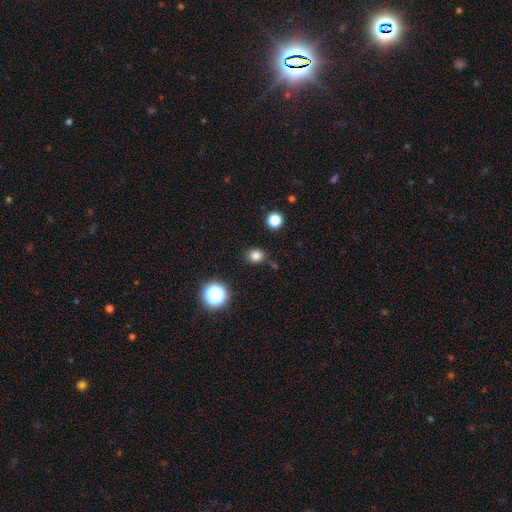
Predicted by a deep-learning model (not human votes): A smooth galaxy with no disk features (80%) that is round (82%).

Vote fractions:
- Smooth or featured? smooth: 80% / star or artifact: 15% / featured or disk: 4%
- How rounded? round: 82% / in between: 17% / cigar-shaped: 1%
- Merging? none: 82% / minor disturbance: 11% / merger: 3% / major disturbance: 3%